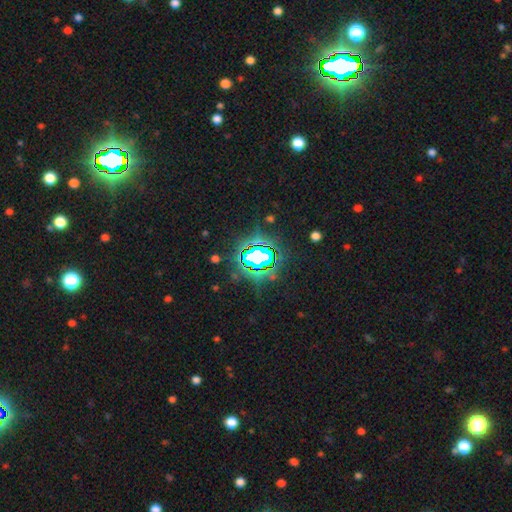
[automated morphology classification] Smooth or featured: star or artifact — 73% (smooth — 15%)